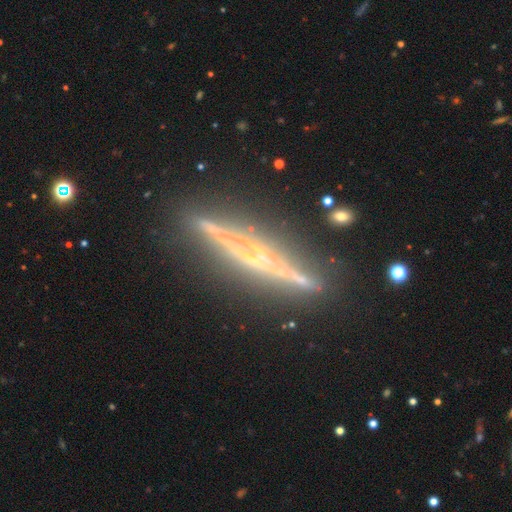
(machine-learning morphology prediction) featured or disk 87%, smooth 7%, star or artifact 6%. Down the decision tree: edge-on disk — yes (98%); edge-on bulge — rounded (58%); merging — none (86%).